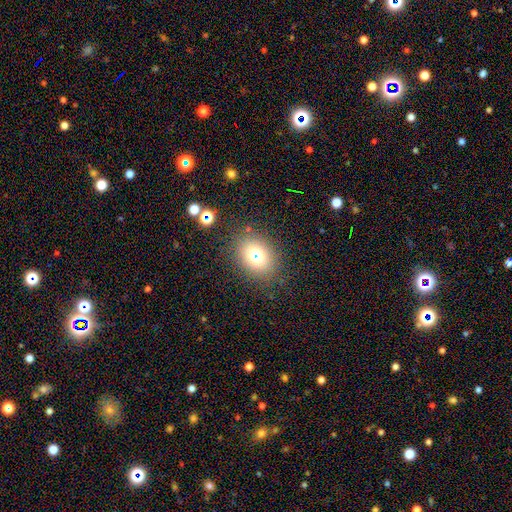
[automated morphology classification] Smooth or featured?
  - smooth: 68% *
  - star or artifact: 19%
  - featured or disk: 13%
How rounded?
  - in between: 50% *
  - round: 49%
  - cigar-shaped: 1%
Merging?
  - none: 78% *
  - minor disturbance: 11%
  - merger: 7%
  - major disturbance: 5%